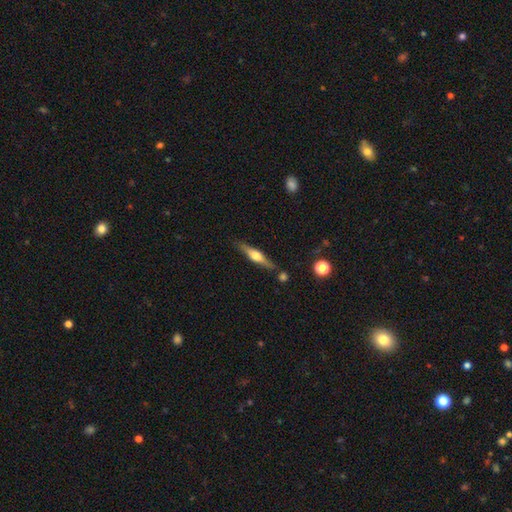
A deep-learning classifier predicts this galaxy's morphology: Smooth or featured?
  - featured or disk: 66% *
  - smooth: 28%
  - star or artifact: 6%
Edge-on disk?
  - yes: 96% *
  - no: 4%
Edge-on bulge?
  - rounded: 91% *
  - boxy: 6%
  - none: 3%
Merging?
  - none: 82% *
  - minor disturbance: 11%
  - merger: 4%
  - major disturbance: 2%